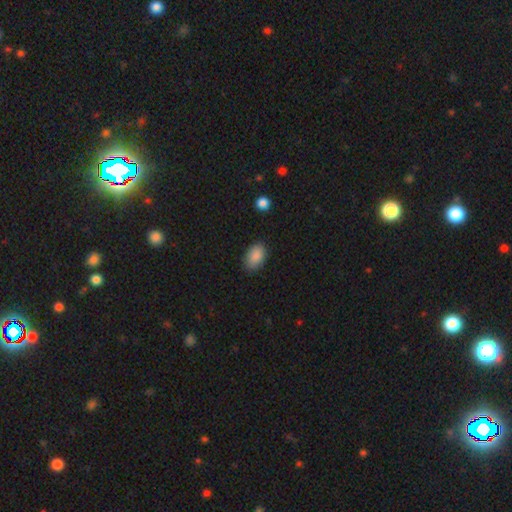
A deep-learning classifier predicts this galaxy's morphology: smooth 88%, star or artifact 8%, featured or disk 4%. Down the decision tree: how rounded — in between (88%); merging — none (82%).